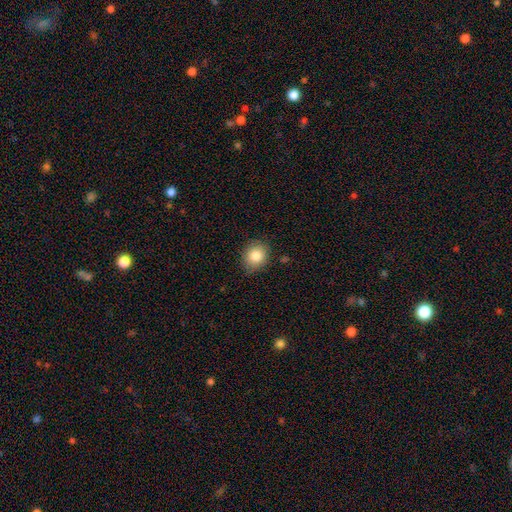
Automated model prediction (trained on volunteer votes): A smooth galaxy with no disk features (83%) that is round (67%).

Vote fractions:
- Smooth or featured? smooth: 83% / star or artifact: 9% / featured or disk: 8%
- How rounded? round: 67% / in between: 32% / cigar-shaped: 1%
- Merging? none: 81% / minor disturbance: 15% / major disturbance: 3% / merger: 1%